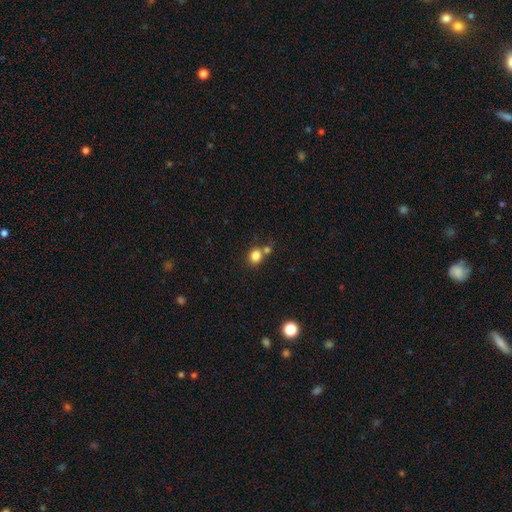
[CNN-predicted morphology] A smooth galaxy with no disk features (83%) that is round (73%).

Vote fractions:
- Smooth or featured? smooth: 83% / star or artifact: 11% / featured or disk: 6%
- How rounded? round: 73% / in between: 26% / cigar-shaped: 1%
- Merging? none: 60% / merger: 27% / minor disturbance: 10% / major disturbance: 4%